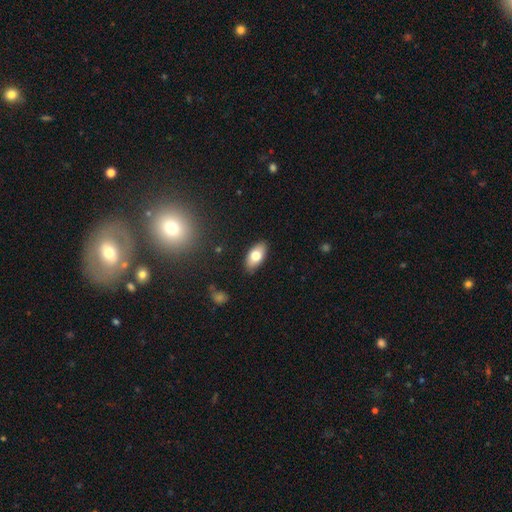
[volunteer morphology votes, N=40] Smooth or featured? smooth (75%)
How rounded? in between (90%)
Merging? none (78%)